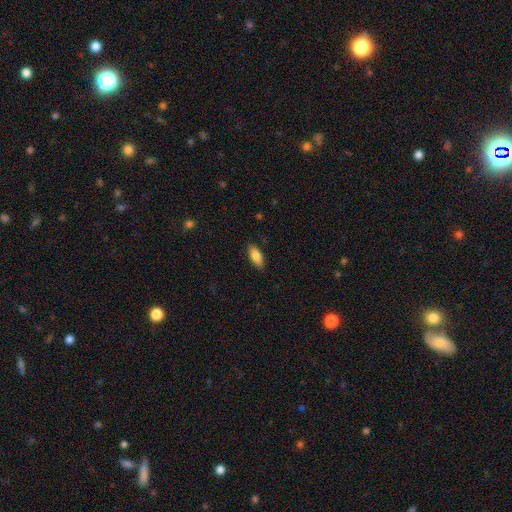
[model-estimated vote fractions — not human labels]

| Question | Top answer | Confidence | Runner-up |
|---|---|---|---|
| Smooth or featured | smooth | 78% | featured or disk (15%) |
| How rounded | in between | 78% | cigar-shaped (19%) |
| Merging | none | 86% | minor disturbance (11%) |